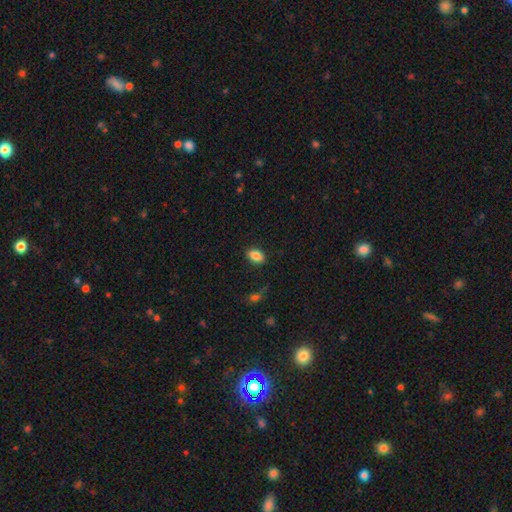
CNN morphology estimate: A smooth galaxy with no disk features (86%) that is in between round and cigar-shaped (89%). Merging: none (87%).